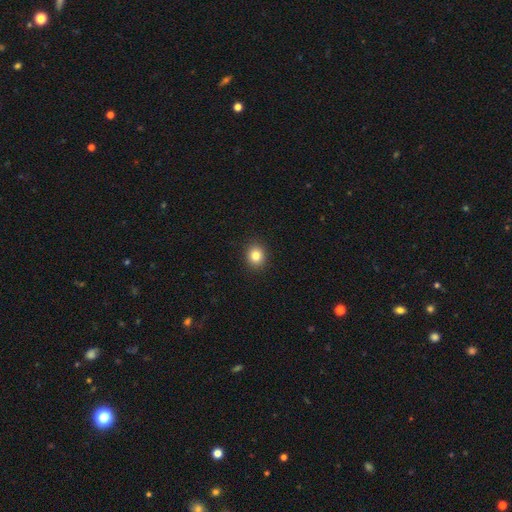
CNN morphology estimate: smooth 83%, star or artifact 11%, featured or disk 6%. Down the decision tree: how rounded — round (75%); merging — none (92%).